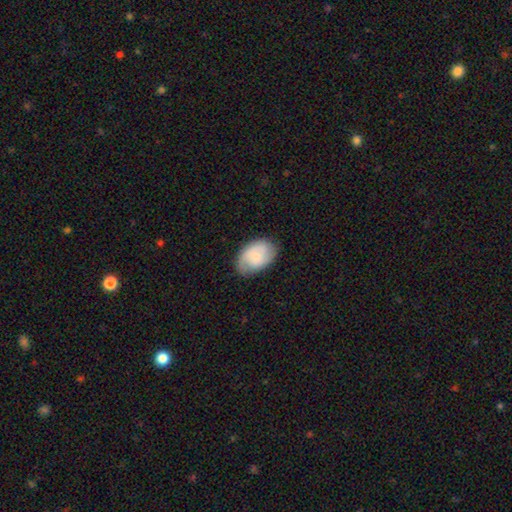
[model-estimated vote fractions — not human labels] Morphology: type=smooth (54%); roundness=in between (85%); merging=none (73%).